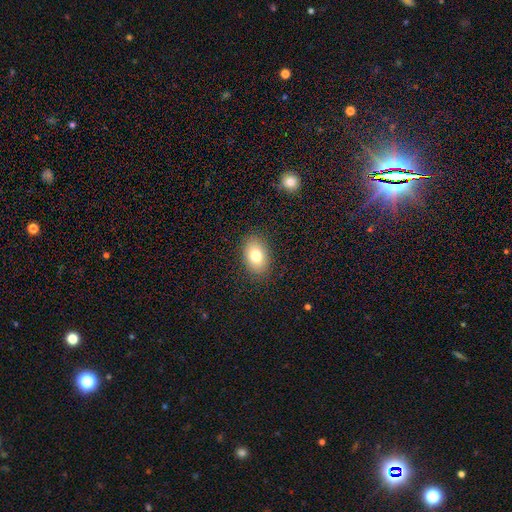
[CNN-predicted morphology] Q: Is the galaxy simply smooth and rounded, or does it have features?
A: smooth — 78%.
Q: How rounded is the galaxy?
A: in between — 84%.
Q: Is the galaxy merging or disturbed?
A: none — 88%.